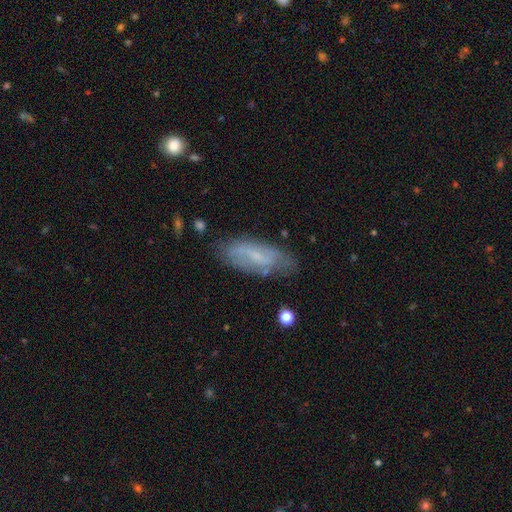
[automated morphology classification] smooth-or-featured: featured or disk: 50% | smooth: 42% | star or artifact: 8%
  disk-edge-on: no: 84% | yes: 16%
  merging: none: 69% | minor disturbance: 22% | major disturbance: 6% | merger: 3%